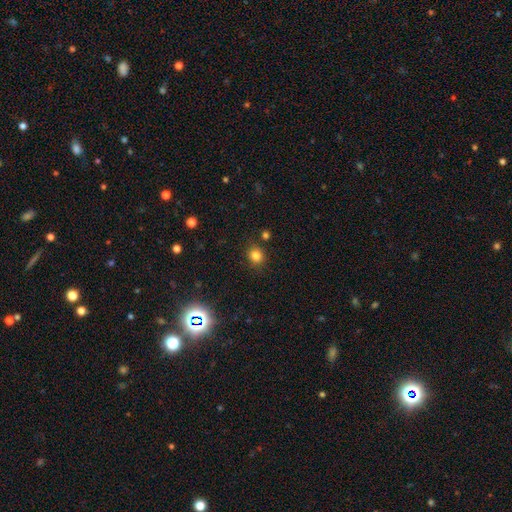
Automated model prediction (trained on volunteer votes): This appears to be a smooth galaxy with no disk features (80%) that is round (80%). Merging: none (84%).